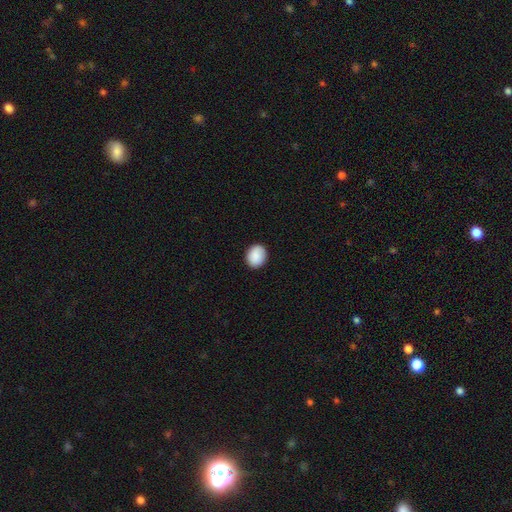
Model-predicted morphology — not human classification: Smooth or featured: smooth — 89% (star or artifact — 7%)
How rounded: round — 64% (in between — 35%)
Merging: none — 89% (minor disturbance — 8%)